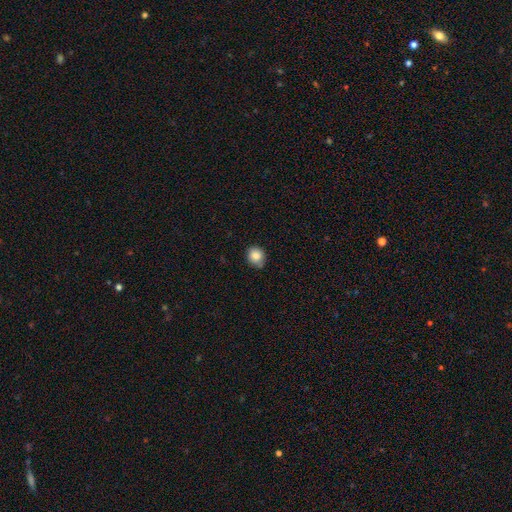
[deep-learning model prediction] smooth_or_featured: smooth (p=0.86) [alt: star or artifact p=0.09]
how_rounded: round (p=0.75) [alt: in between p=0.24]
merging: none (p=0.73) [alt: minor disturbance p=0.22]